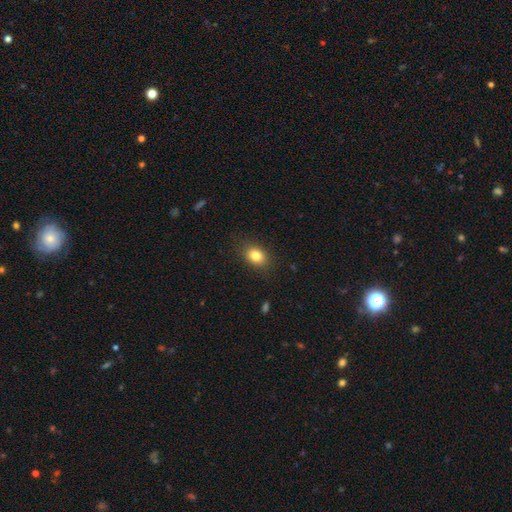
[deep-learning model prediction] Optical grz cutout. It shows a smooth galaxy with no disk features (82%) that is in between round and cigar-shaped (67%). Merging: none (86%).